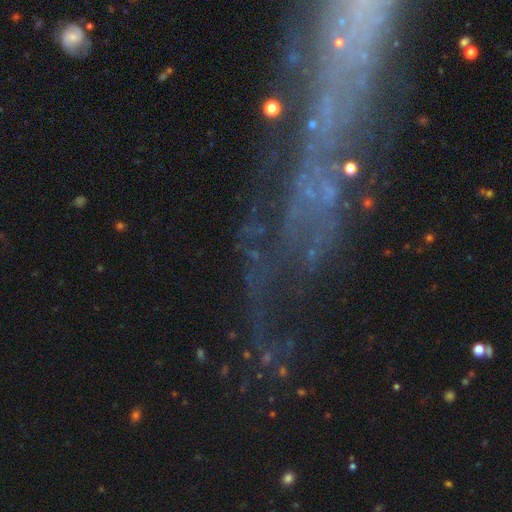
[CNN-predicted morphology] Q: Smooth or featured?
A: featured or disk (57%); runner-up: star or artifact (29%)
Q: Edge-on disk?
A: no (84%); runner-up: yes (16%)
Q: Merging?
A: none (53%); runner-up: major disturbance (23%)